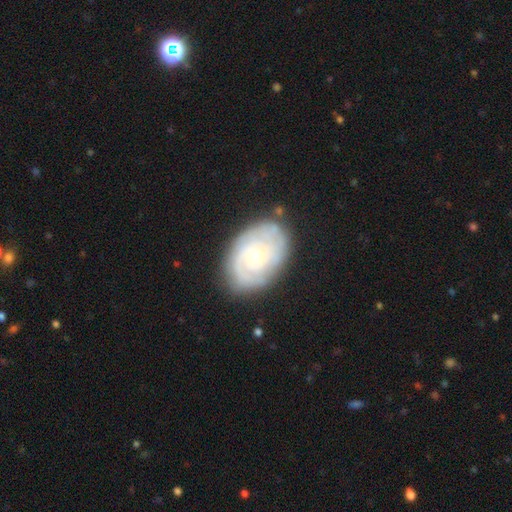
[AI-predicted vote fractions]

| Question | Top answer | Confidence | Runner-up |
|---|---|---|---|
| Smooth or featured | featured or disk | 75% | smooth (19%) |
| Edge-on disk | no | 96% | yes (4%) |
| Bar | no | 79% | weak (18%) |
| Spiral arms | yes | 87% | no (13%) |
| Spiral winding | tight | 74% | medium (20%) |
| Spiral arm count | can't tell | 44% | 2 (25%) |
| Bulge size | small | 55% | moderate (42%) |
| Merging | none | 79% | minor disturbance (15%) |